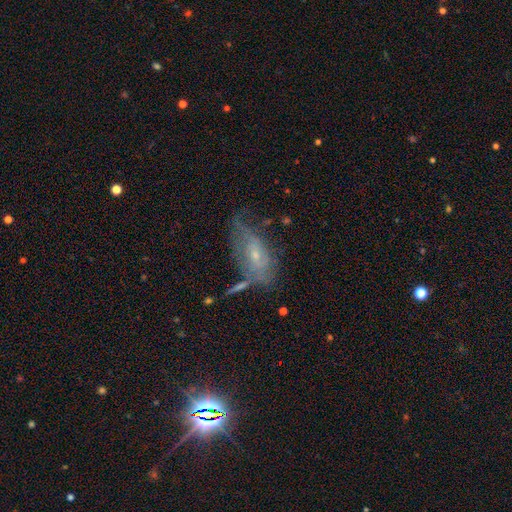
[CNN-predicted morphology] A featured or disk galaxy (58%).

Vote fractions:
- Smooth or featured? featured or disk: 58% / smooth: 31% / star or artifact: 11%
- Edge-on disk? no: 85% / yes: 15%
- Merging? none: 43% / minor disturbance: 28% / major disturbance: 19% / merger: 10%